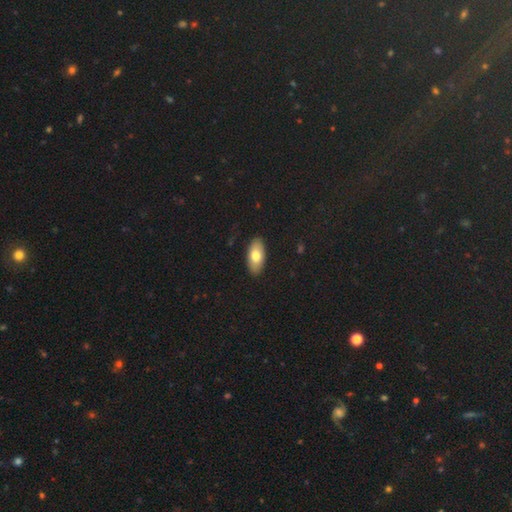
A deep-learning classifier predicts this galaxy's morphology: Smooth or featured?
  - smooth: 76% *
  - featured or disk: 18%
  - star or artifact: 6%
How rounded?
  - in between: 92% *
  - cigar-shaped: 5%
  - round: 3%
Merging?
  - none: 88% *
  - minor disturbance: 9%
  - major disturbance: 2%
  - merger: 1%